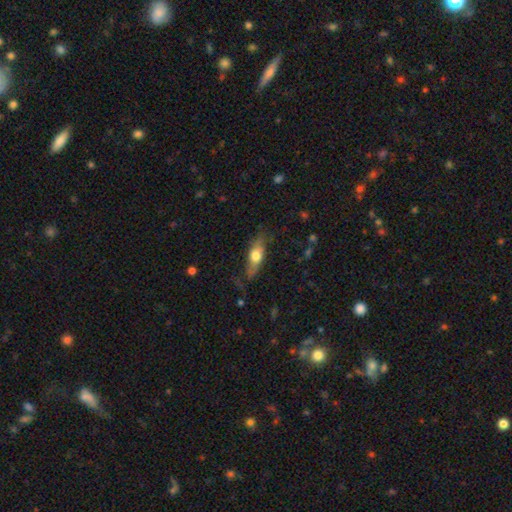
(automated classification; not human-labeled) smooth 53%, featured or disk 41%, star or artifact 6%. Down the decision tree: how rounded — in between (53%); merging — none (68%).